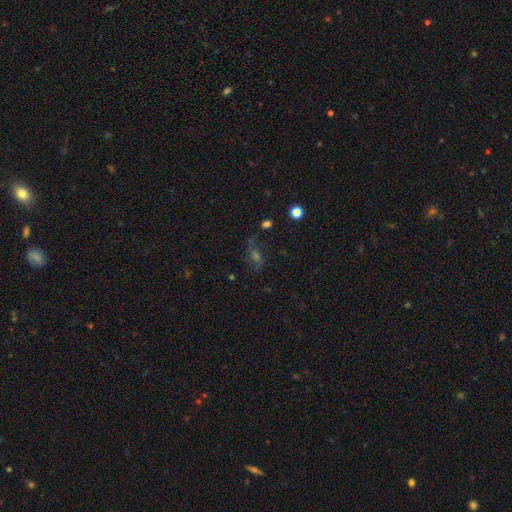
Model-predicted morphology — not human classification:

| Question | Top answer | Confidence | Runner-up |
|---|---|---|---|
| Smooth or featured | featured or disk | 41% | star or artifact (31%) |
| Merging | none | 62% | minor disturbance (18%) |